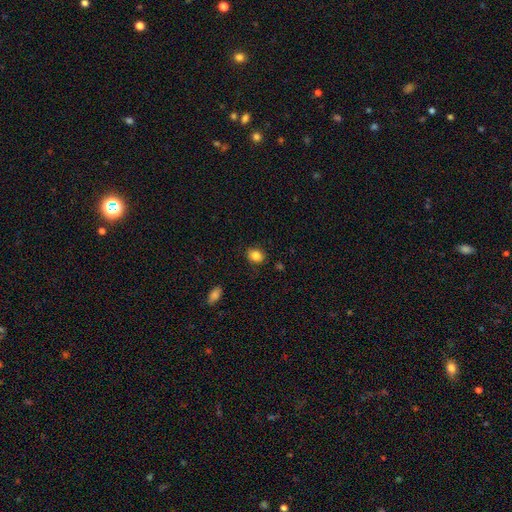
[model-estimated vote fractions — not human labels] Smooth or featured? smooth (85%)
How rounded? round (57%)
Merging? none (87%)